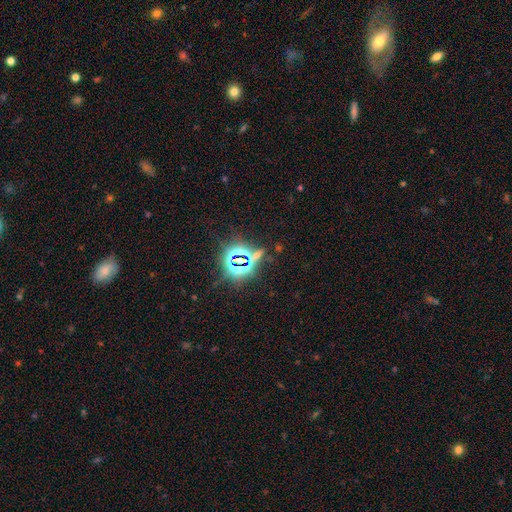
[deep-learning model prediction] A star or artifact, not a galaxy (76%).